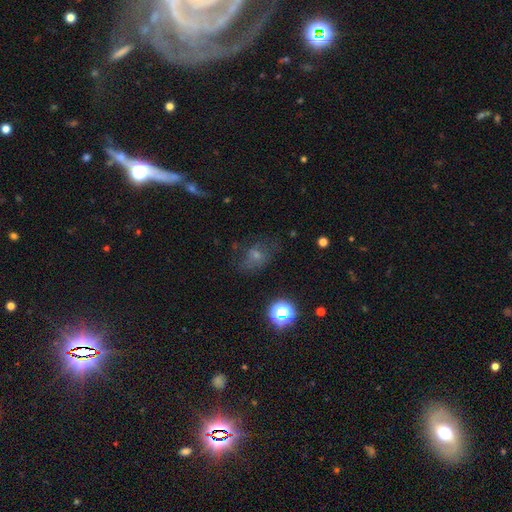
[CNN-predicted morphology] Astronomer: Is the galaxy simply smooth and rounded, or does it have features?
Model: smooth — 53%.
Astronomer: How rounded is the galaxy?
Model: in between — 64%.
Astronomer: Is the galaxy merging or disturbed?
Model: none — 50%.